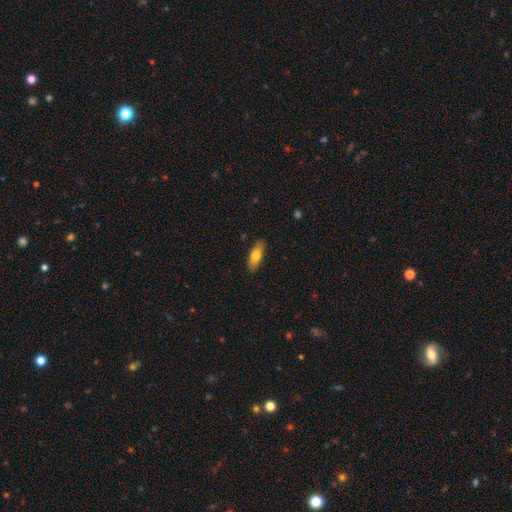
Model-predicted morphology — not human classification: smooth-or-featured: smooth: 71% | featured or disk: 22% | star or artifact: 6%
  how-rounded: in between: 64% | cigar-shaped: 33% | round: 3%
  merging: none: 88% | minor disturbance: 9% | major disturbance: 2% | merger: 1%